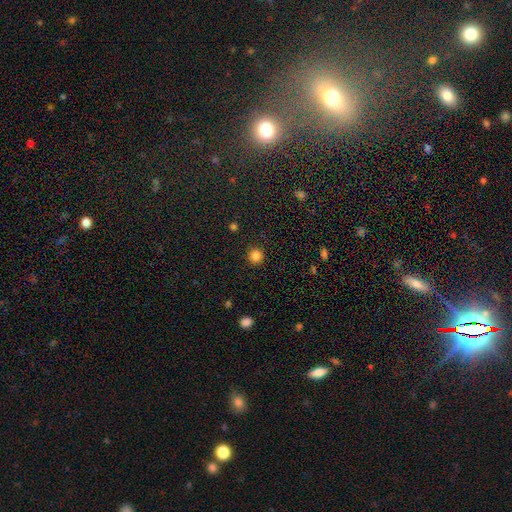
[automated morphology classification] Overall: smooth (84%). How rounded: round (94%). Merging: none (92%).